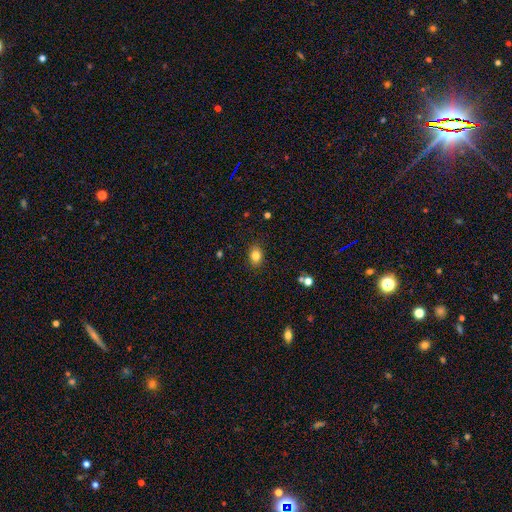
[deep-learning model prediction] A smooth galaxy with no disk features (83%) that is in between round and cigar-shaped (70%).

Vote fractions:
- Smooth or featured? smooth: 83% / star or artifact: 10% / featured or disk: 7%
- How rounded? in between: 70% / round: 29% / cigar-shaped: 1%
- Merging? none: 87% / minor disturbance: 9% / major disturbance: 2% / merger: 1%